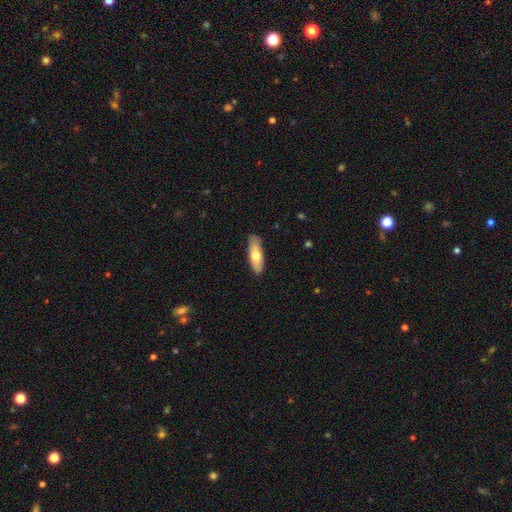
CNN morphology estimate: Smooth or featured?
  - smooth: 69% *
  - featured or disk: 25%
  - star or artifact: 6%
How rounded?
  - in between: 53% *
  - cigar-shaped: 45%
  - round: 2%
Merging?
  - none: 85% *
  - minor disturbance: 12%
  - major disturbance: 2%
  - merger: 1%